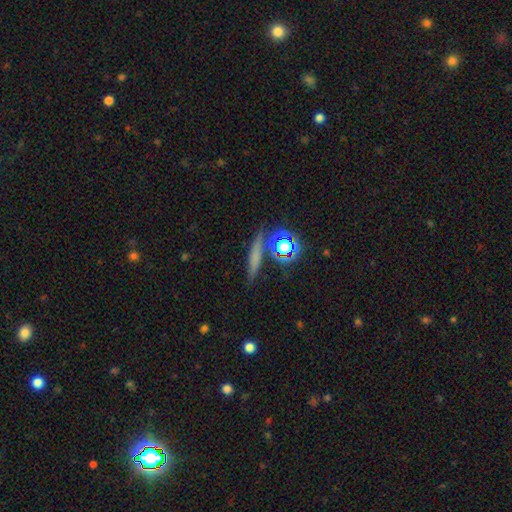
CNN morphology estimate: smooth_or_featured: smooth (p=0.58) [alt: featured or disk p=0.23]
how_rounded: cigar-shaped (p=0.75) [alt: round p=0.13]
merging: none (p=0.78) [alt: minor disturbance p=0.12]